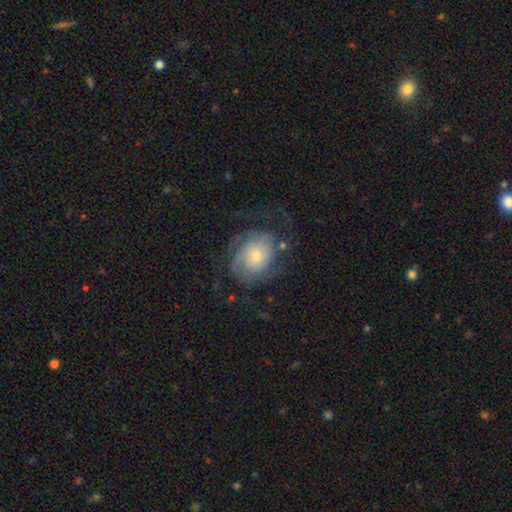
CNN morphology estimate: Smooth or featured?
  - featured or disk: 73% *
  - smooth: 20%
  - star or artifact: 7%
Edge-on disk?
  - no: 97% *
  - yes: 3%
Bar?
  - no: 73% *
  - weak: 23%
  - strong: 4%
Spiral arms?
  - yes: 91% *
  - no: 9%
Spiral winding?
  - tight: 41% *
  - medium: 38%
  - loose: 21%
Spiral arm count?
  - 2: 36% *
  - can't tell: 27%
  - 3: 18%
  - 1: 8%
  - 4: 7%
  - more than 4: 5%
Bulge size?
  - small: 55% *
  - moderate: 30%
  - large: 9%
  - none: 3%
  - dominant: 3%
Merging?
  - none: 55% *
  - major disturbance: 24%
  - minor disturbance: 19%
  - merger: 2%